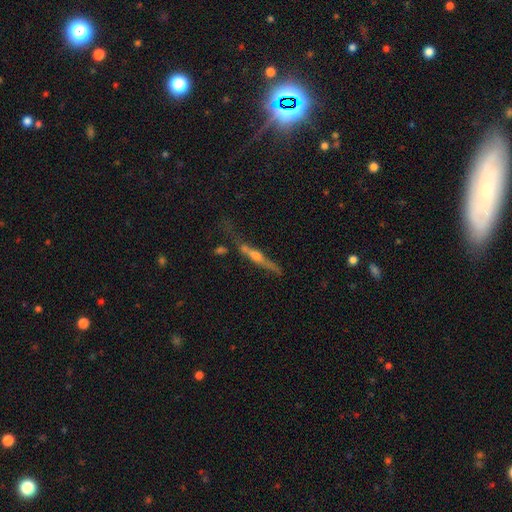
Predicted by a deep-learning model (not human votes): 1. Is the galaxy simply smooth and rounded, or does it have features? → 69% featured or disk, 23% smooth, 8% star or artifact.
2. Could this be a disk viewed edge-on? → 91% yes, 9% no.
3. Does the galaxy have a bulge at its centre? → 80% rounded, 12% none, 9% boxy.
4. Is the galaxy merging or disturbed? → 49% none, 23% minor disturbance, 15% major disturbance, 13% merger.